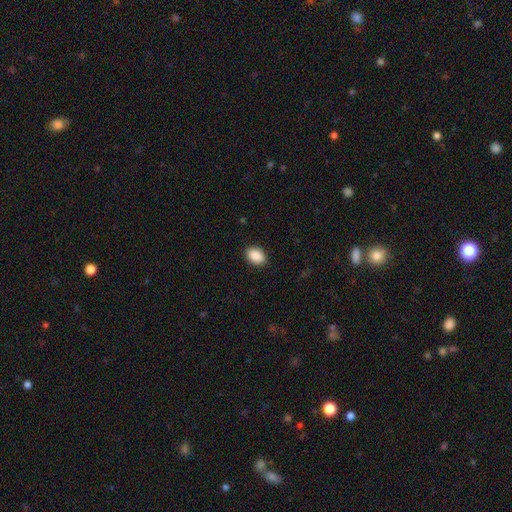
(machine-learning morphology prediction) Smooth or featured? Predicted: smooth (p=0.91). How rounded? Predicted: in between (p=0.80). Merging? Predicted: none (p=0.90).